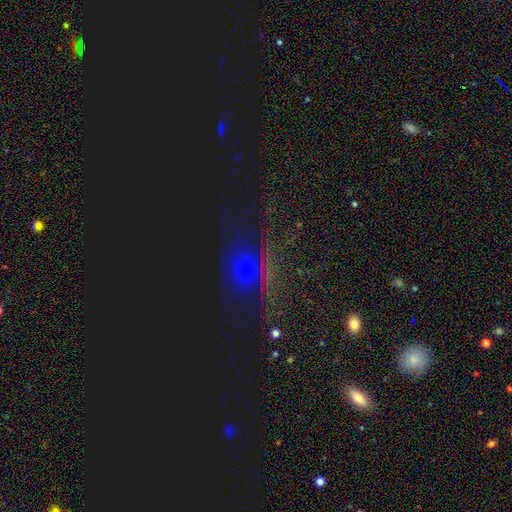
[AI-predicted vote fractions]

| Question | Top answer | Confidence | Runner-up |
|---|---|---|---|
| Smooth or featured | star or artifact | 61% | smooth (31%) |